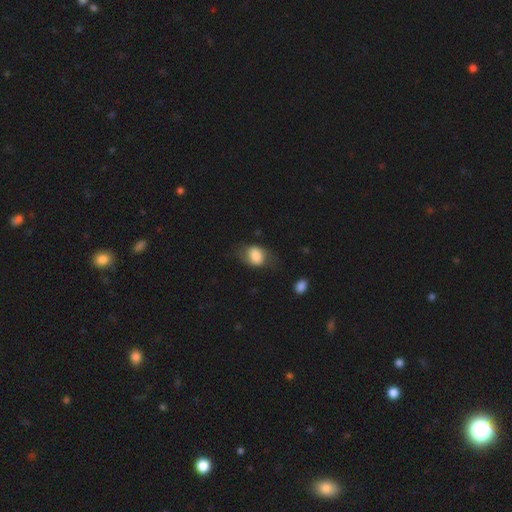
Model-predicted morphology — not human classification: Smooth or featured: smooth — 69% (featured or disk — 23%)
How rounded: in between — 75% (round — 24%)
Merging: none — 59% (minor disturbance — 25%)